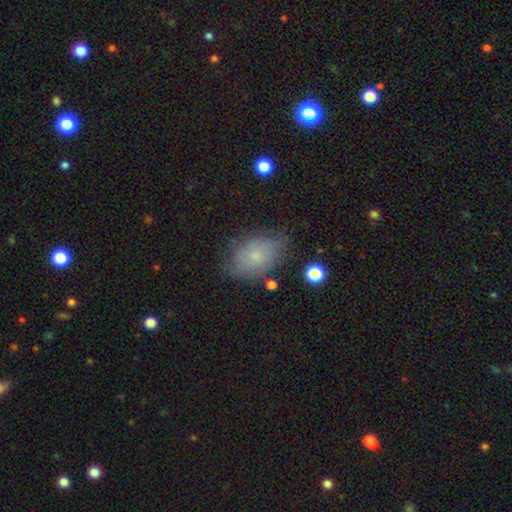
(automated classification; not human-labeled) The model was most divided on "merging": none: 66%, minor disturbance: 24%, major disturbance: 7%, merger: 2%. More confident: how rounded — in between (85%); smooth or featured — smooth (71%).